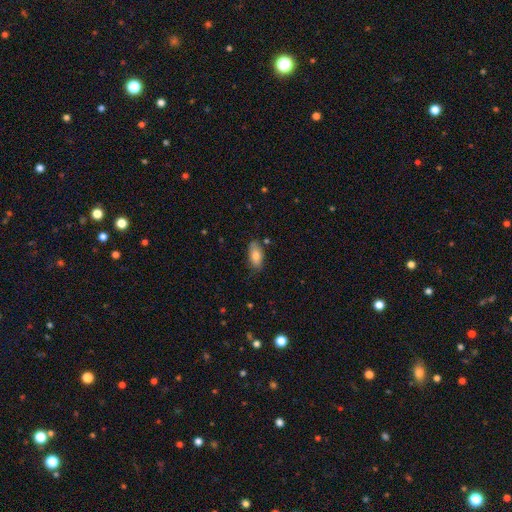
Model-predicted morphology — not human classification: smooth 79%, featured or disk 14%, star or artifact 7%. Down the decision tree: how rounded — in between (89%); merging — none (76%).